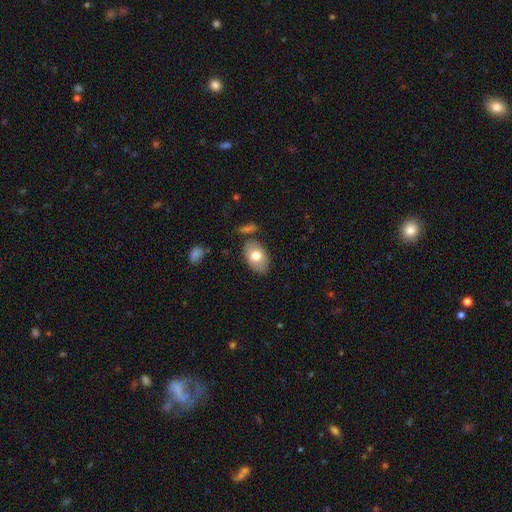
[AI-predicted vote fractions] Q: Smooth or featured?
A: smooth (73%); runner-up: featured or disk (21%)
Q: How rounded?
A: in between (88%); runner-up: round (10%)
Q: Merging?
A: none (77%); runner-up: minor disturbance (14%)